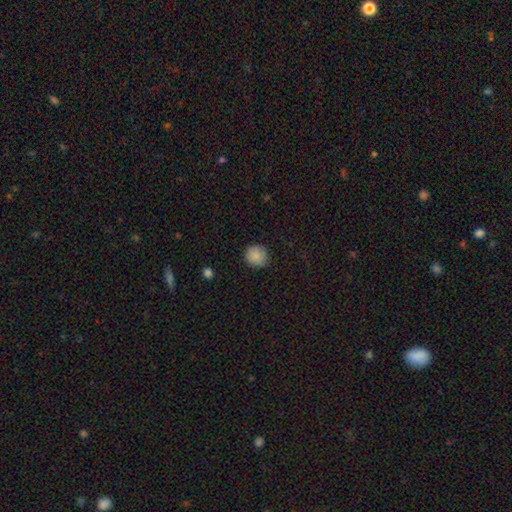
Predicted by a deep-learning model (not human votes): Q: Smooth or featured?
A: smooth (88%); runner-up: star or artifact (8%)
Q: How rounded?
A: round (93%); runner-up: in between (6%)
Q: Merging?
A: none (89%); runner-up: minor disturbance (8%)